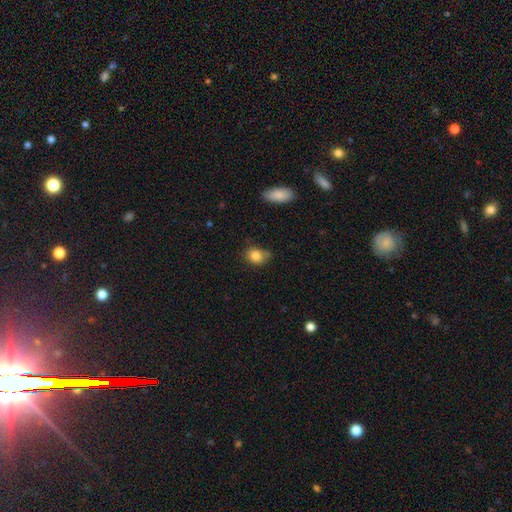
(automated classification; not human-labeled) This is clearly a smooth galaxy (83%). How rounded: possibly round (53%). Merging: likely none (66%).